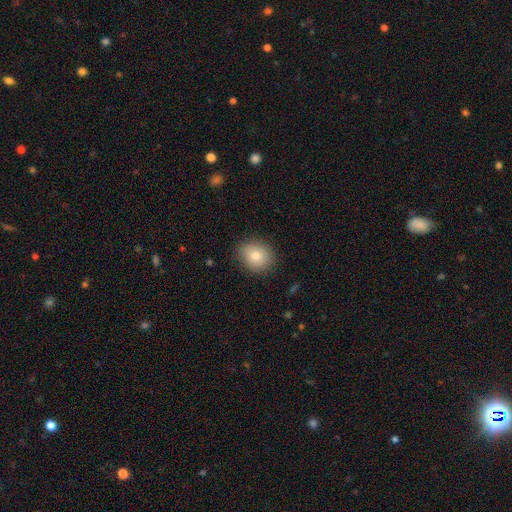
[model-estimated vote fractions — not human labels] A smooth galaxy with no disk features (80%) that is round (61%). Merging: none (85%).